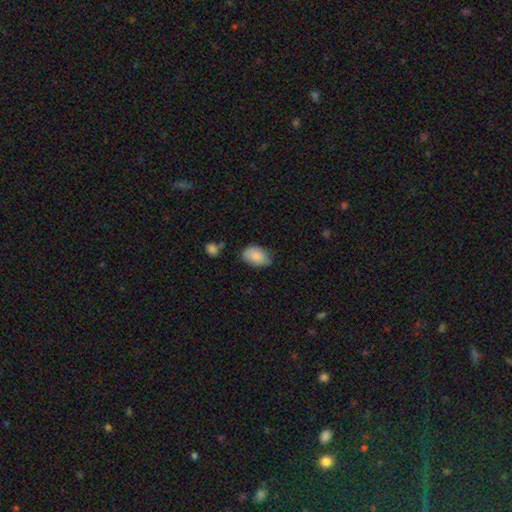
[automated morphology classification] The model was most divided on "merging": none: 69%, minor disturbance: 24%, major disturbance: 4%, merger: 3%. More confident: how rounded — in between (90%); smooth or featured — smooth (85%).